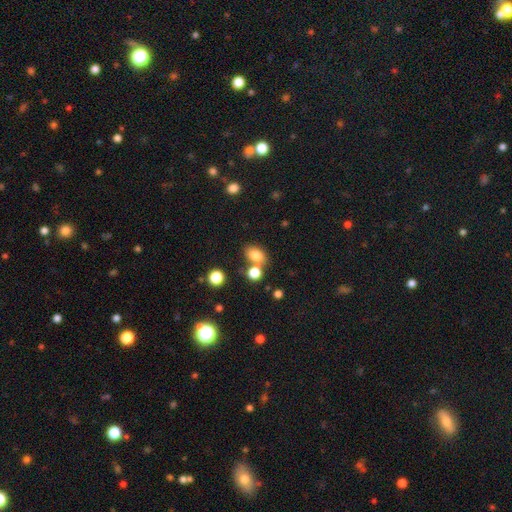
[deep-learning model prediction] smooth 79%, star or artifact 12%, featured or disk 9%. Down the decision tree: how rounded — in between (71%); merging — none (56%).